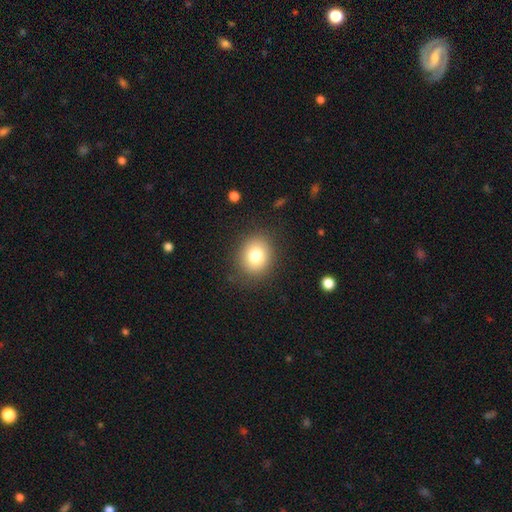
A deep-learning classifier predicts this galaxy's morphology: Smooth or featured? smooth (79%)
How rounded? round (69%)
Merging? none (85%)